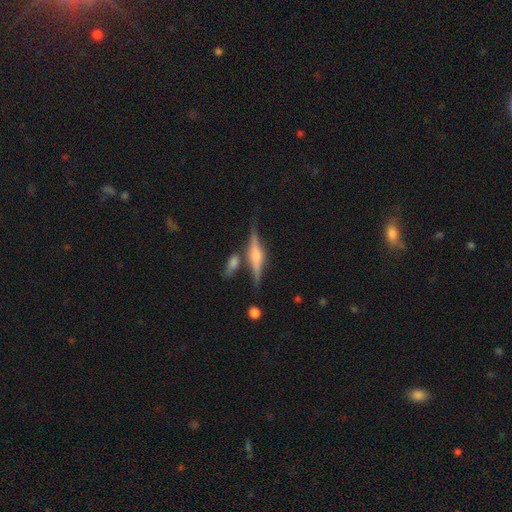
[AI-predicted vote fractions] Overall: featured or disk (76%). Edge-on disk: yes (97%). Edge-on bulge: rounded (82%). Merging: none (74%).